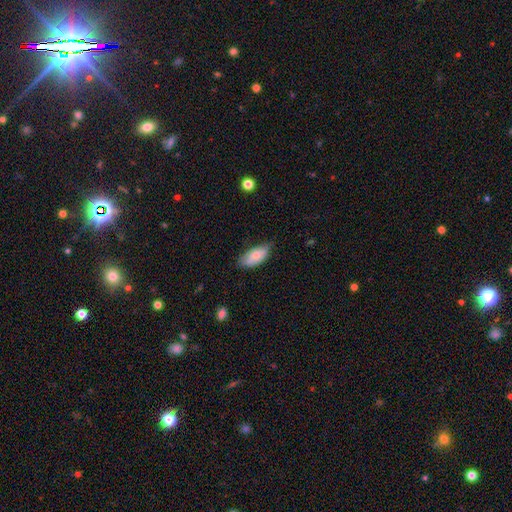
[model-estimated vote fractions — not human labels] smooth 75%, featured or disk 19%, star or artifact 6%. Down the decision tree: how rounded — in between (90%); merging — none (63%).